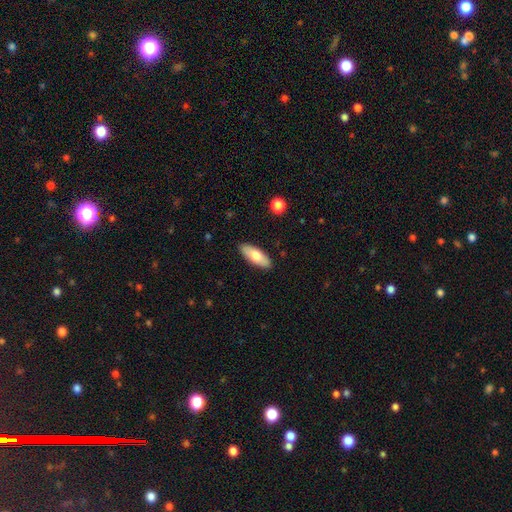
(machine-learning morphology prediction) Overall: smooth (71%). How rounded: in between (74%). Merging: none (88%).